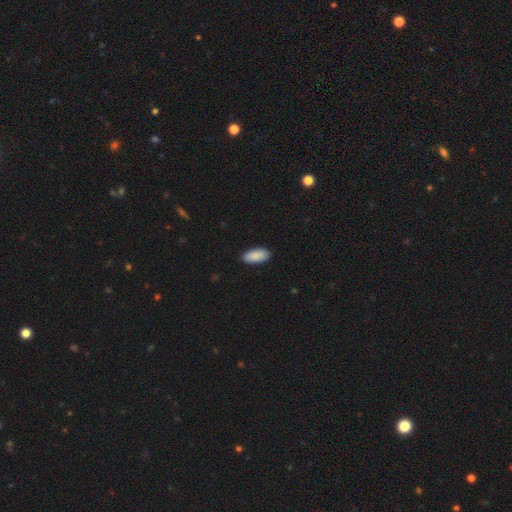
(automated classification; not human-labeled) This is clearly a smooth galaxy (91%). How rounded: clearly in between (91%). Merging: clearly none (90%).